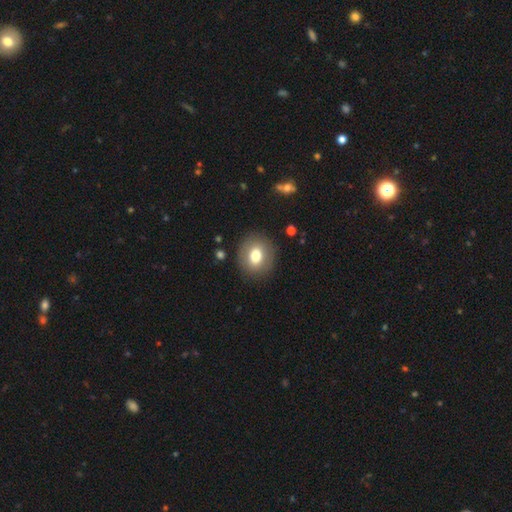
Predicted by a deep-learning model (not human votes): Smooth or featured? Predicted: smooth (p=0.75). How rounded? Predicted: round (p=0.74). Merging? Predicted: none (p=0.88).